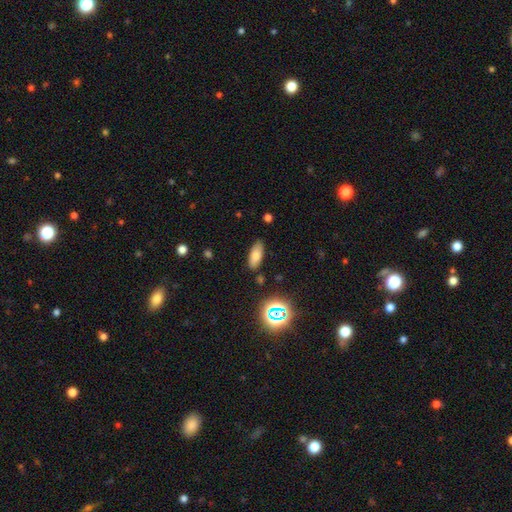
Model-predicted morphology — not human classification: Overall: smooth (74%). How rounded: in between (80%). Merging: none (83%).